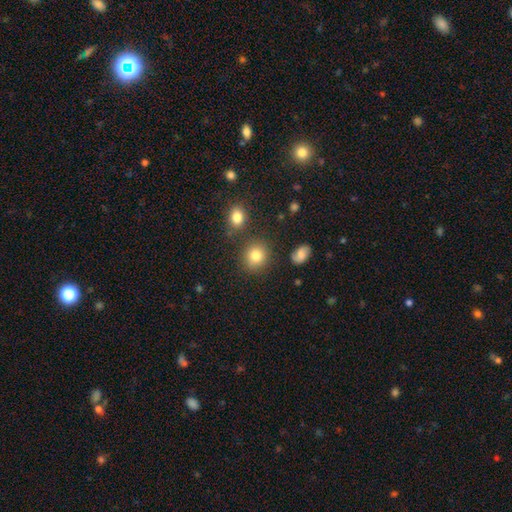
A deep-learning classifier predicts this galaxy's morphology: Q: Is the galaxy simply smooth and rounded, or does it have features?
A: smooth — 82%.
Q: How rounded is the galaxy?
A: round — 81%.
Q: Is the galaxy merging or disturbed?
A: none — 82%.